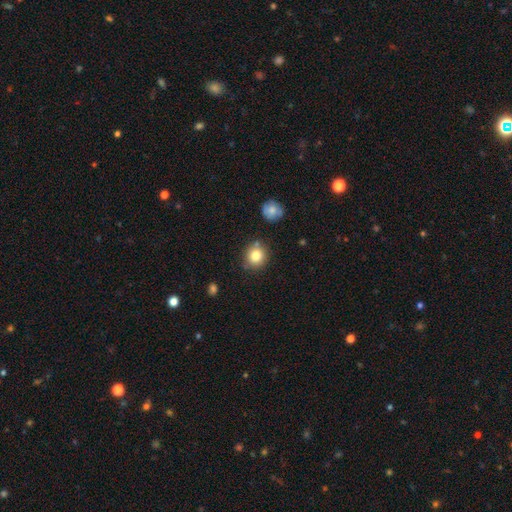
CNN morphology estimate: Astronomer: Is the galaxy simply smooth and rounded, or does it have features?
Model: smooth — 81%.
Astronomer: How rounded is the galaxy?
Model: round — 88%.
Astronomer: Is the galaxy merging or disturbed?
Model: none — 80%.